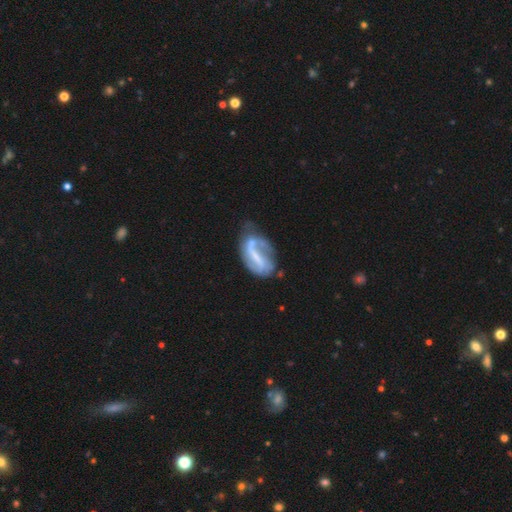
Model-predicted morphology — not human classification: smooth_or_featured: featured or disk (p=0.72) [alt: smooth p=0.21]
disk_edge_on: no (p=0.96) [alt: yes p=0.04]
bar: strong (p=0.50) [alt: weak p=0.33]
has_spiral_arms: yes (p=0.76) [alt: no p=0.24]
spiral_winding: loose (p=0.51) [alt: medium p=0.32]
spiral_arm_count: 2 (p=0.58) [alt: 1 p=0.24]
bulge_size: none (p=0.43) [alt: small p=0.36]
merging: none (p=0.37) [alt: minor disturbance p=0.29]